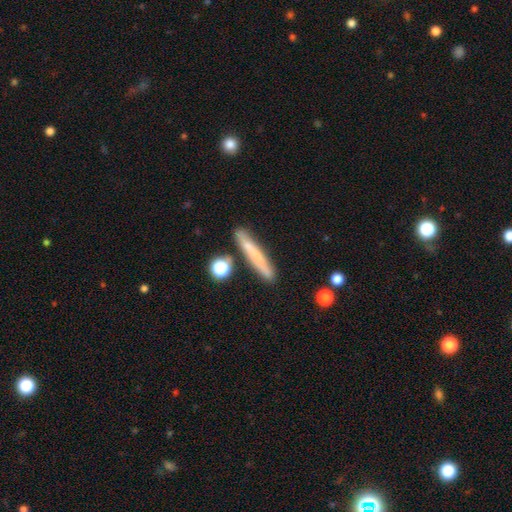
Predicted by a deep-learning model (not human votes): Overall: smooth (63%; featured or disk 28%). How rounded: cigar-shaped (93%). Merging: none (79%).